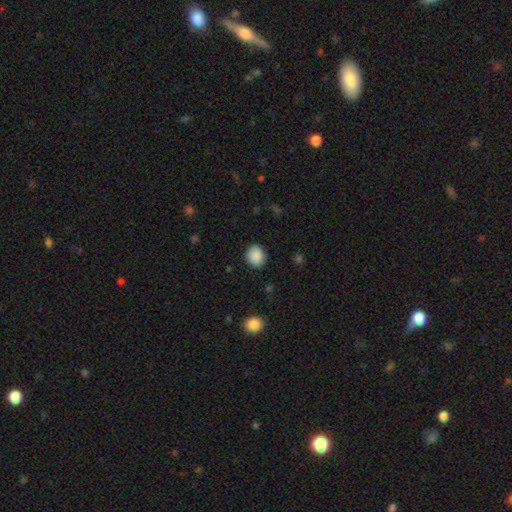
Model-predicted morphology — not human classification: A smooth galaxy with no disk features (89%) that is round (79%).

Vote fractions:
- Smooth or featured? smooth: 89% / star or artifact: 8% / featured or disk: 4%
- How rounded? round: 79% / in between: 20% / cigar-shaped: 1%
- Merging? none: 88% / minor disturbance: 8% / major disturbance: 2% / merger: 1%